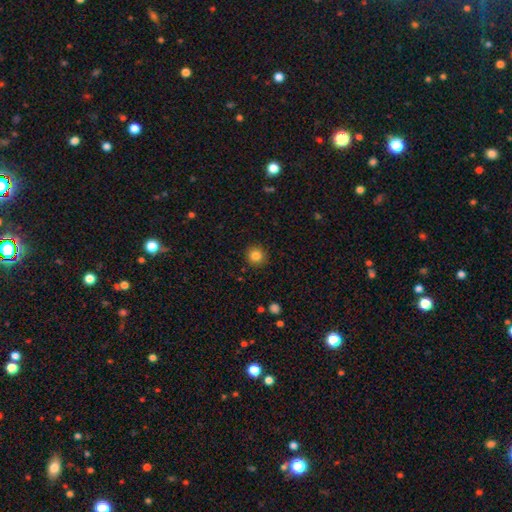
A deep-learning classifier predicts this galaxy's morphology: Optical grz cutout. It shows a smooth galaxy with no disk features (84%) that is round (92%). Merging: none (91%).